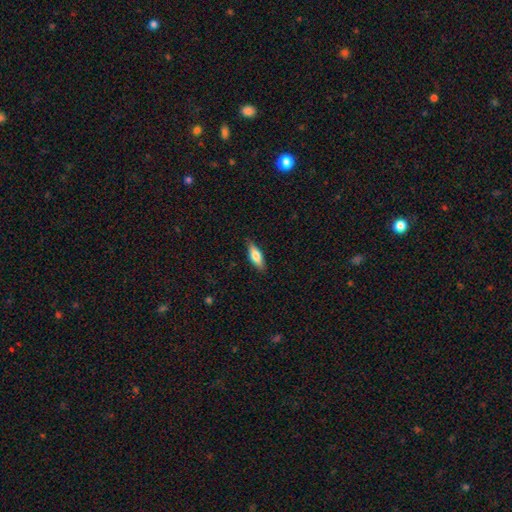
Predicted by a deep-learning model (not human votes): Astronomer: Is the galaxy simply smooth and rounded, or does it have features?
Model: smooth — 72%.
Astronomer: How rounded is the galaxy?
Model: in between — 60% (runner-up: cigar-shaped, 38%).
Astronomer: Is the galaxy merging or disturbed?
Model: none — 85%.